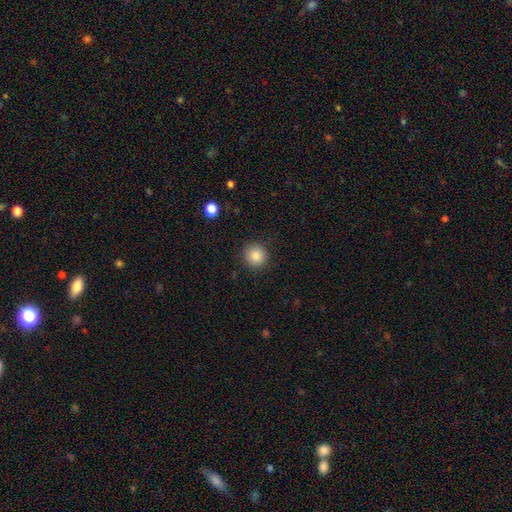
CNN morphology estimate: The model was most divided on "smooth or featured": smooth: 86%, star or artifact: 10%, featured or disk: 4%. More confident: how rounded — round (93%); merging — none (90%).